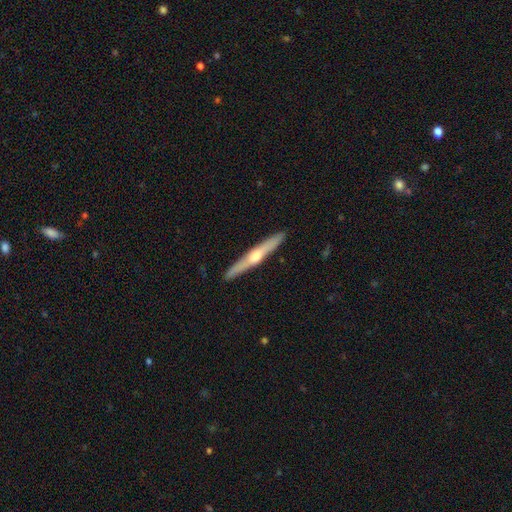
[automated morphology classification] This is likely a featured or disk galaxy (70%). It is clearly viewed edge-on (97%). Edge-on bulge: clearly rounded (90%). Merging: clearly none (92%).